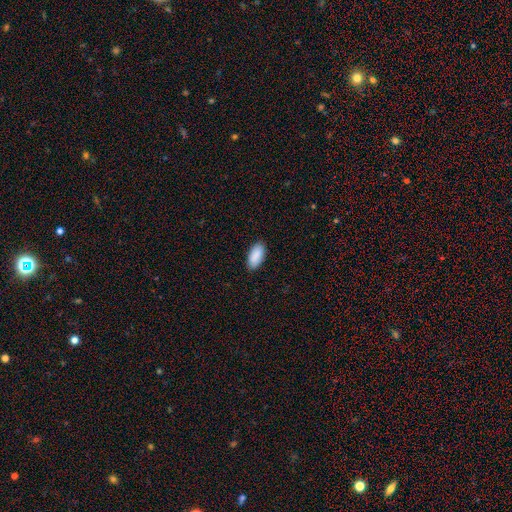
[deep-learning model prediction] Q: Smooth or featured?
A: smooth (91%); runner-up: star or artifact (6%)
Q: How rounded?
A: in between (93%); runner-up: cigar-shaped (5%)
Q: Merging?
A: none (89%); runner-up: minor disturbance (8%)